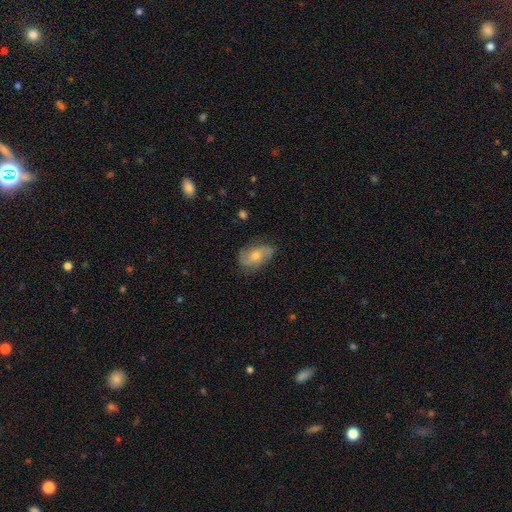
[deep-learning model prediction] featured or disk 65%, smooth 27%, star or artifact 9%. Down the decision tree: edge-on disk — no (95%); bar — no (71%); spiral arms — yes (89%); spiral arm count — 2 (61%); spiral winding — medium (43%); bulge size — moderate (57%); merging — none (71%).